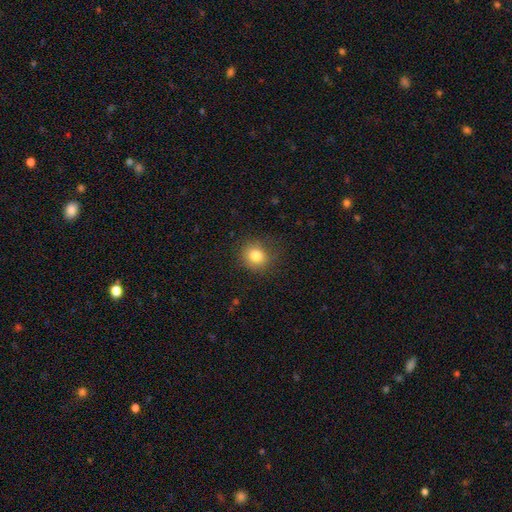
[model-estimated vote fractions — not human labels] Smooth or featured? smooth (81%)
How rounded? round (80%)
Merging? none (81%)